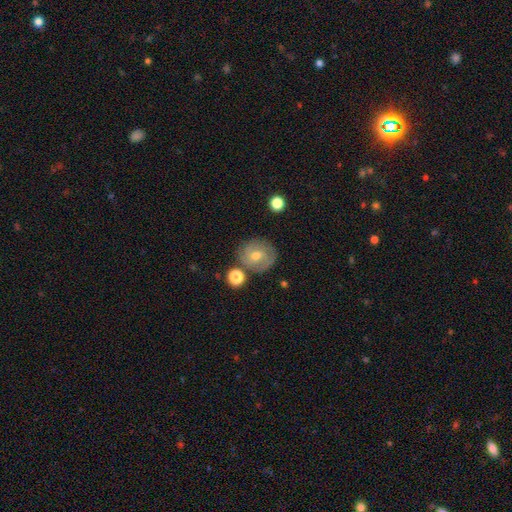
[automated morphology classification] featured or disk 53%, smooth 37%, star or artifact 10%. Down the decision tree: edge-on disk — no (96%); bar — no (55%); spiral arms — yes (76%); bulge size — moderate (58%); merging — none (75%).